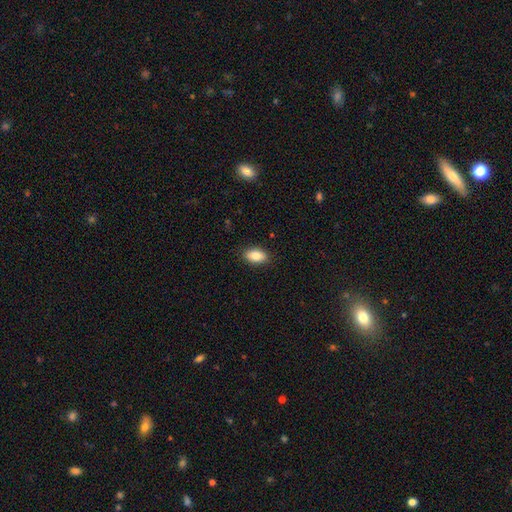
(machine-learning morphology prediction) This is clearly a smooth galaxy (82%). How rounded: clearly in between (91%). Merging: clearly none (88%).